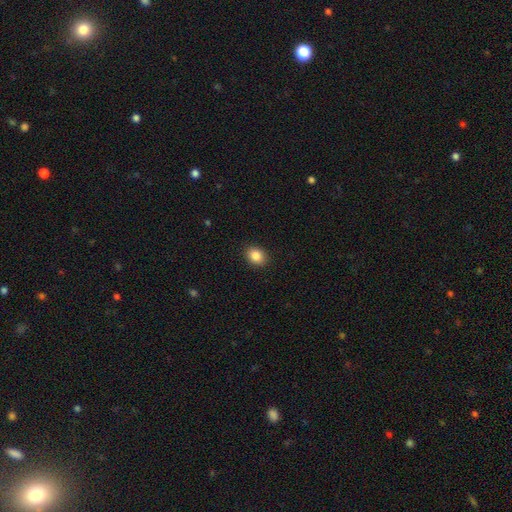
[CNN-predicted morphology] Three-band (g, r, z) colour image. It shows a smooth galaxy with no disk features (87%) that is round (51%). Merging: none (90%).